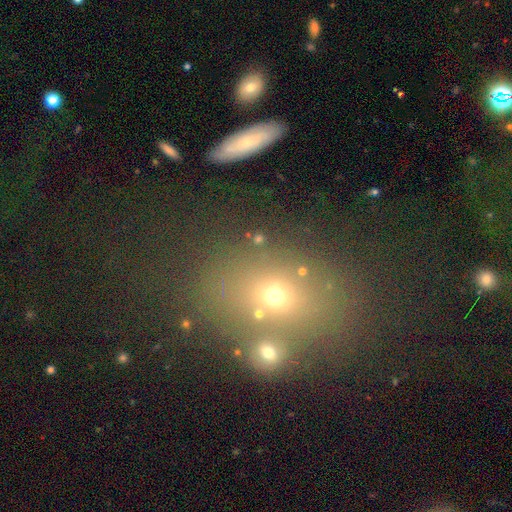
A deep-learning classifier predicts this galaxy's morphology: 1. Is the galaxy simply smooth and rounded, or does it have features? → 55% smooth, 25% star or artifact, 20% featured or disk.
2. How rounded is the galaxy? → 58% in between, 39% round, 3% cigar-shaped.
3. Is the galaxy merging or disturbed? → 63% none, 17% merger, 12% minor disturbance, 7% major disturbance.